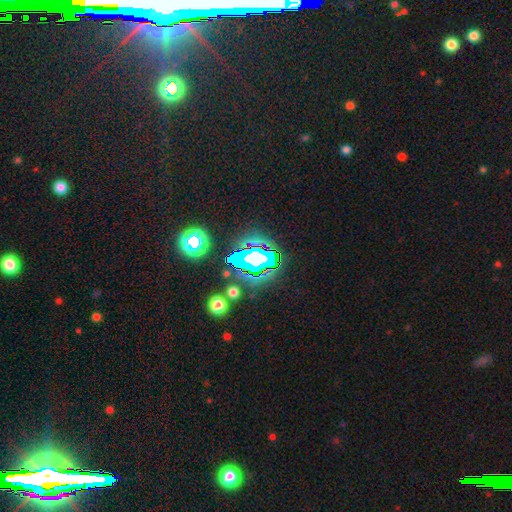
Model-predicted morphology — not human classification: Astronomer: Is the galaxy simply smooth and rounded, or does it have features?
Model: star or artifact — 60%.